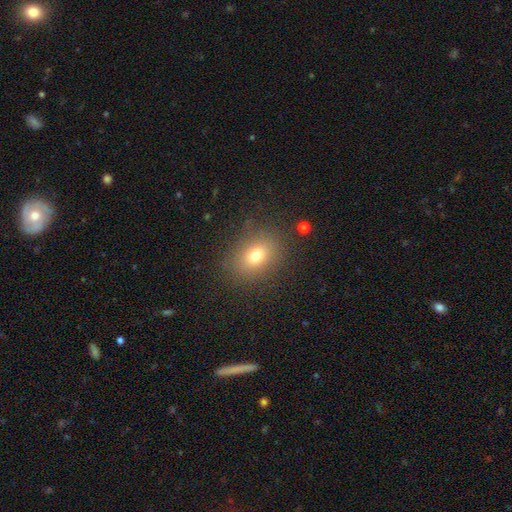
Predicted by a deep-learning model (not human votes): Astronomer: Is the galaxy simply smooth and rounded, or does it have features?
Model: smooth — 74%.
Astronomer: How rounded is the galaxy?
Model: in between — 62% (runner-up: round, 37%).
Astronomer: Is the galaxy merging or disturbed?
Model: none — 84%.